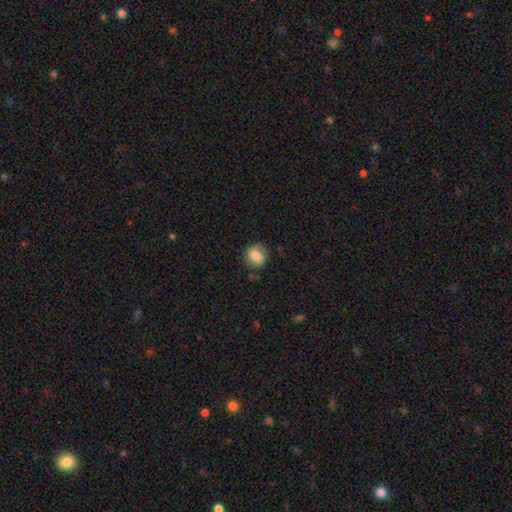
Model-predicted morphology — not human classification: The model was most divided on "how rounded": round: 76%, in between: 23%, cigar-shaped: 1%. More confident: merging — none (79%); smooth or featured — smooth (76%).